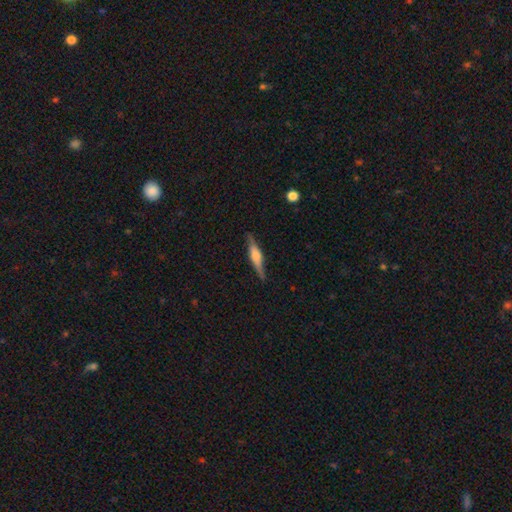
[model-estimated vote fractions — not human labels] This is likely a featured or disk galaxy (62%). It is clearly viewed edge-on (95%). Edge-on bulge: likely rounded (71%). Merging: clearly none (86%).